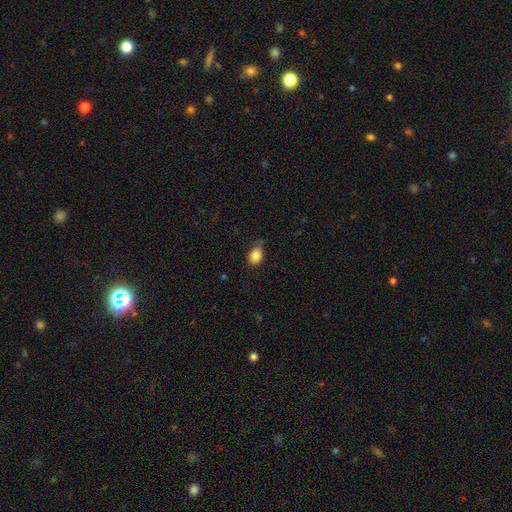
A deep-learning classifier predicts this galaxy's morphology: This appears to be a smooth galaxy with no disk features (85%) that is in between round and cigar-shaped (70%). Merging: none (64%).